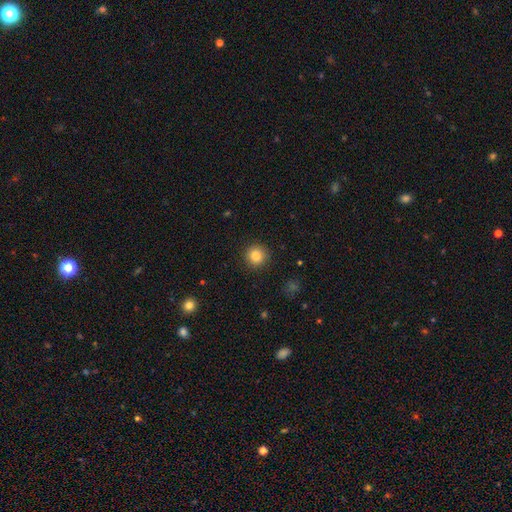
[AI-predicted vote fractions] Smooth or featured? Predicted: smooth (p=0.85). How rounded? Predicted: round (p=0.91). Merging? Predicted: none (p=0.90).